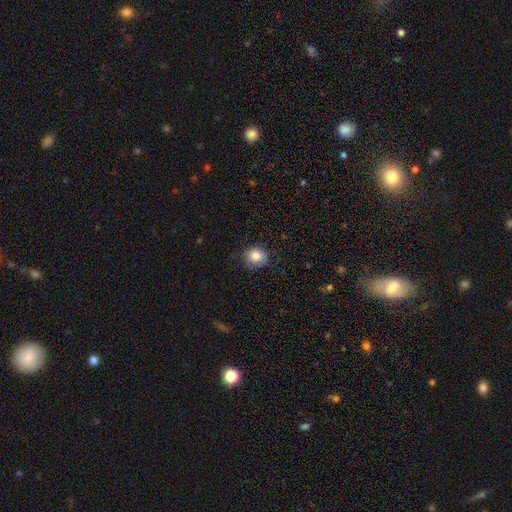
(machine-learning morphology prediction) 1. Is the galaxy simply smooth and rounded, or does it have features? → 85% smooth, 10% star or artifact, 6% featured or disk.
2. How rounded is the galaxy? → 81% round, 18% in between, 1% cigar-shaped.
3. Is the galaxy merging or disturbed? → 80% none, 16% minor disturbance, 3% major disturbance, 1% merger.